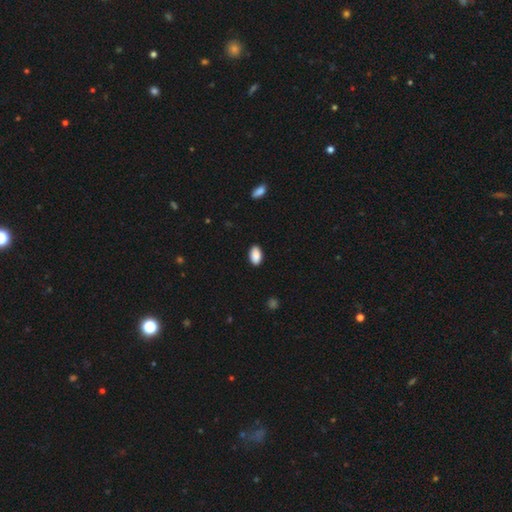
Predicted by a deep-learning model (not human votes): The model was most divided on "merging": none: 88%, minor disturbance: 9%, major disturbance: 2%, merger: 1%. More confident: how rounded — in between (94%); smooth or featured — smooth (90%).